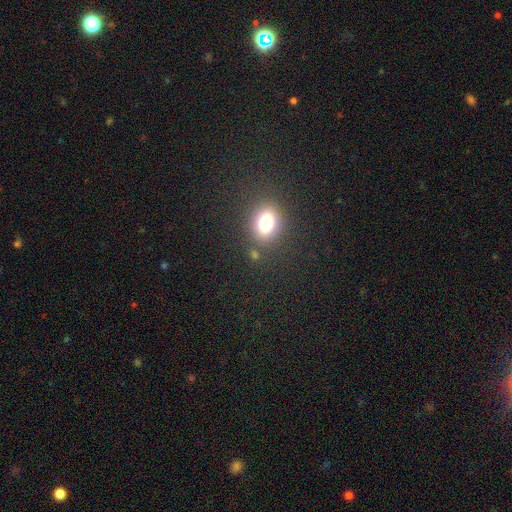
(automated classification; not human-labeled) smooth-or-featured: smooth: 63% | star or artifact: 27% | featured or disk: 9%
  how-rounded: round: 52% | in between: 46% | cigar-shaped: 3%
  merging: none: 85% | minor disturbance: 8% | merger: 3% | major disturbance: 3%